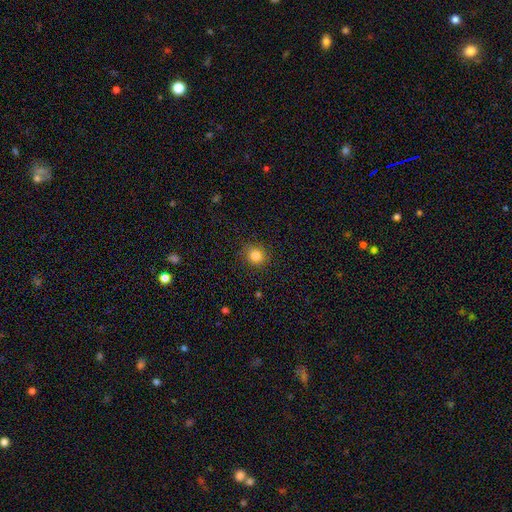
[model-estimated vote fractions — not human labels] A smooth galaxy with no disk features (83%) that is round (87%).

Vote fractions:
- Smooth or featured? smooth: 83% / star or artifact: 12% / featured or disk: 5%
- How rounded? round: 87% / in between: 12% / cigar-shaped: 1%
- Merging? none: 88% / minor disturbance: 9% / major disturbance: 3% / merger: 1%